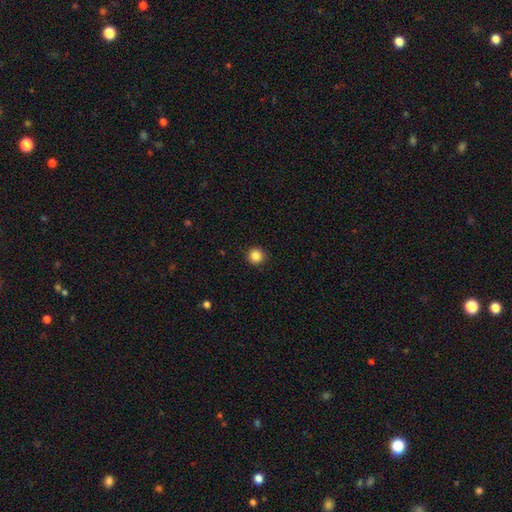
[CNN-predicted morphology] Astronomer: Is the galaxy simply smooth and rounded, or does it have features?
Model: smooth — 86%.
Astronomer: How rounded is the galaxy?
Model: round — 95%.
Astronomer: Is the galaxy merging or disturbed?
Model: none — 92%.